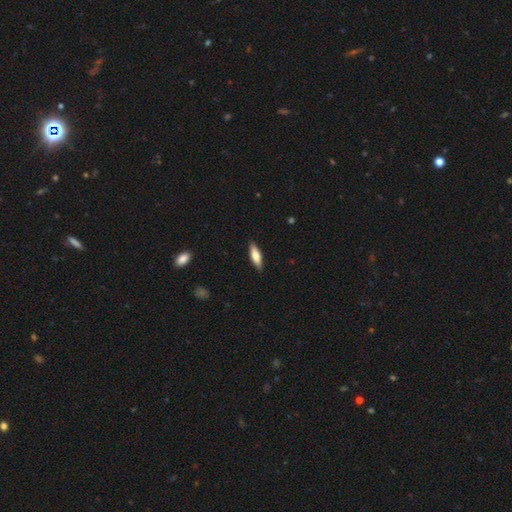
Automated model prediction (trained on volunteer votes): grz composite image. It shows a smooth galaxy with no disk features (64%) that is cigar-shaped (58%). Merging: none (89%).